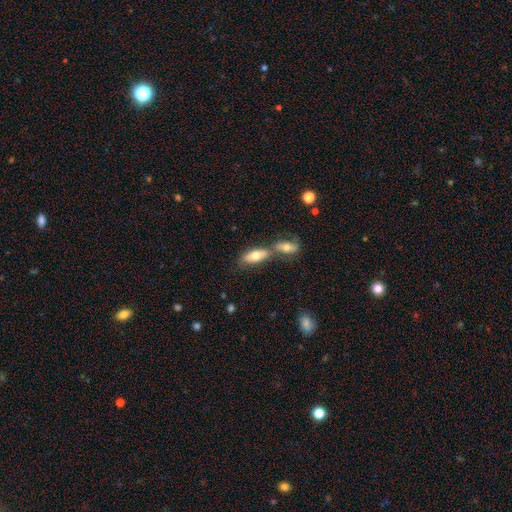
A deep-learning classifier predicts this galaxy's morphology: Overall: smooth (68%). How rounded: in between (78%). Merging: merger (48%; none 38%).